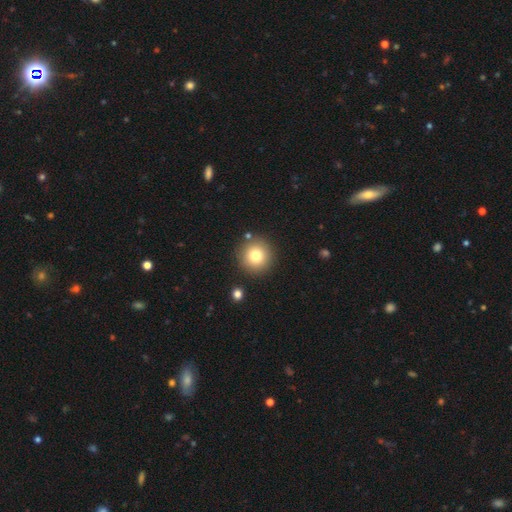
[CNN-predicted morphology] smooth_or_featured: smooth (p=0.78) [alt: star or artifact p=0.11]
how_rounded: round (p=0.95) [alt: in between p=0.04]
merging: none (p=0.87) [alt: minor disturbance p=0.07]